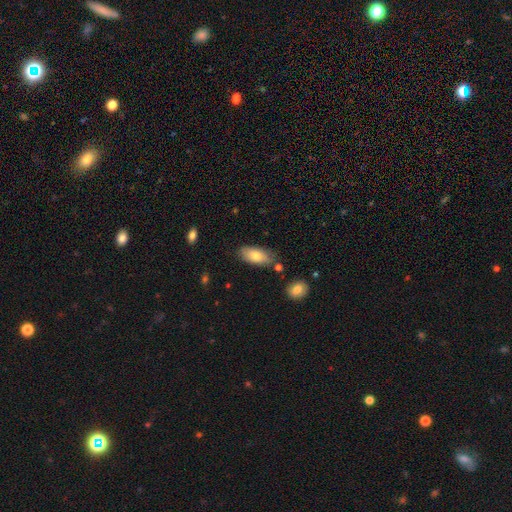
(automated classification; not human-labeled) Smooth or featured: smooth — 78% (featured or disk — 15%)
How rounded: in between — 88% (cigar-shaped — 9%)
Merging: none — 77% (minor disturbance — 16%)